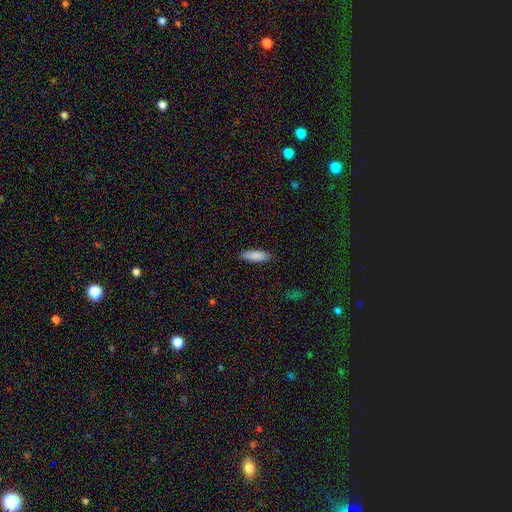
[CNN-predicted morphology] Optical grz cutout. It shows a smooth galaxy with no disk features (88%) that is in between round and cigar-shaped (50%). Merging: none (87%).